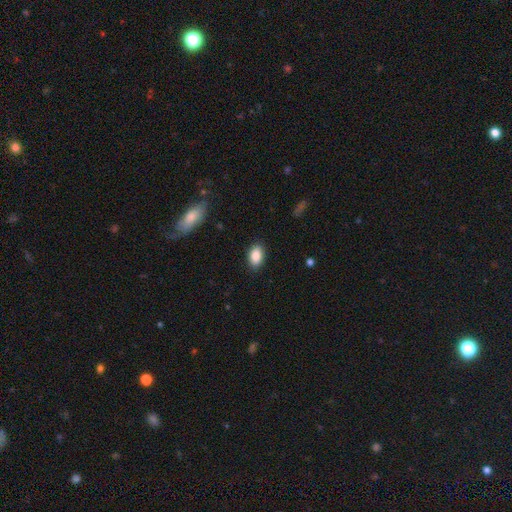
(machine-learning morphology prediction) Smooth or featured: smooth — 88% (star or artifact — 7%)
How rounded: in between — 91% (round — 7%)
Merging: none — 87% (minor disturbance — 10%)